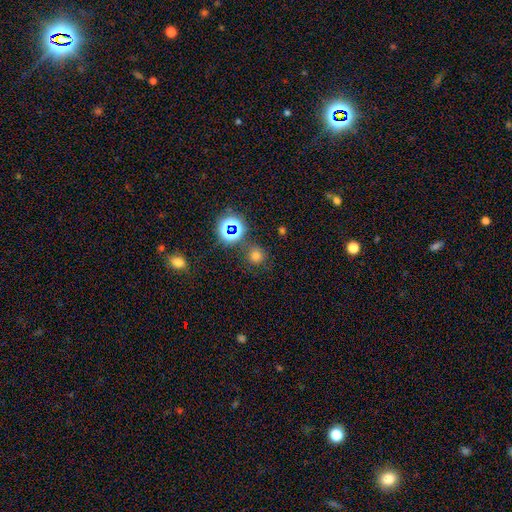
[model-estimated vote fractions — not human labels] Q: Smooth or featured?
A: smooth (65%); runner-up: star or artifact (29%)
Q: How rounded?
A: round (91%); runner-up: in between (8%)
Q: Merging?
A: none (79%); runner-up: minor disturbance (11%)